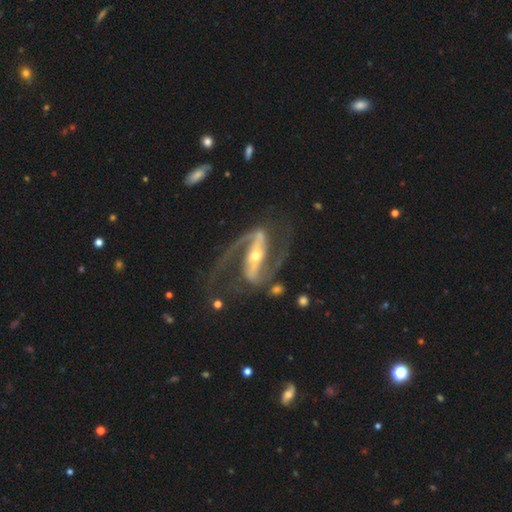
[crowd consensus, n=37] A featured or disk galaxy (95%) with a strong bar (76%), 2 (100%) medium (59%) spiral arms (100%) and a small central bulge (62%). Merging: none (86%).